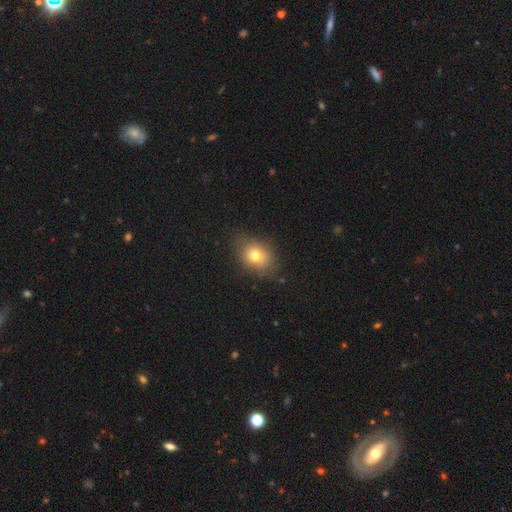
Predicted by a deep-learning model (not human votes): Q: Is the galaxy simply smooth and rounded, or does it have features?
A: smooth — 74%.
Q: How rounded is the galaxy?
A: in between — 50%.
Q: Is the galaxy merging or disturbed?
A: none — 74%.